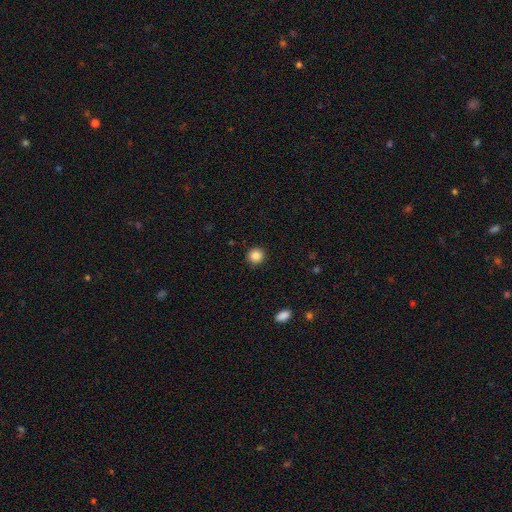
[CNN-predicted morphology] Smooth or featured? Predicted: smooth (p=0.86). How rounded? Predicted: round (p=0.92). Merging? Predicted: none (p=0.92).